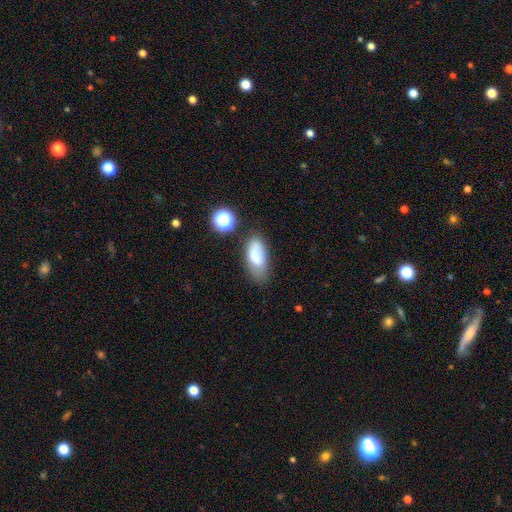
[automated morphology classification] A smooth galaxy with no disk features (71%) that is in between round and cigar-shaped (88%). Merging: none (57%).